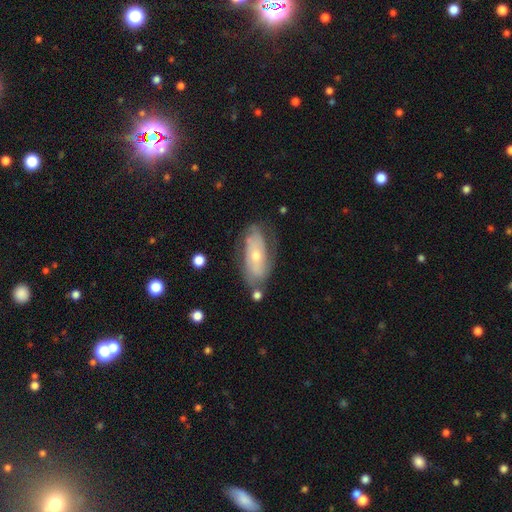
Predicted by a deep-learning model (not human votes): This appears to be a featured or disk galaxy (66%) with no bar (74%), spiral arms (75%) and a small central bulge (53%). Merging: none (65%).